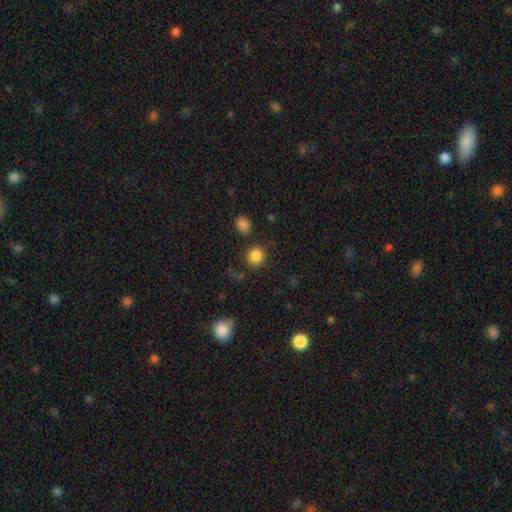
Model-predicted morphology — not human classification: This appears to be a smooth galaxy with no disk features (85%) that is round (84%). Merging: none (80%).